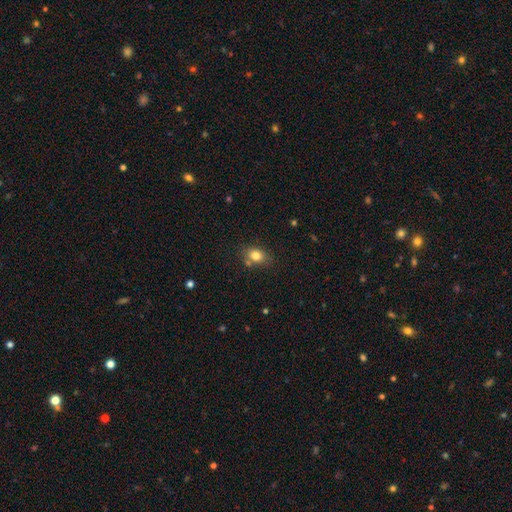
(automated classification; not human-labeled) Smooth or featured?
  - smooth: 80% *
  - star or artifact: 10%
  - featured or disk: 9%
How rounded?
  - in between: 62% *
  - round: 36%
  - cigar-shaped: 1%
Merging?
  - none: 70% *
  - minor disturbance: 16%
  - merger: 10%
  - major disturbance: 4%